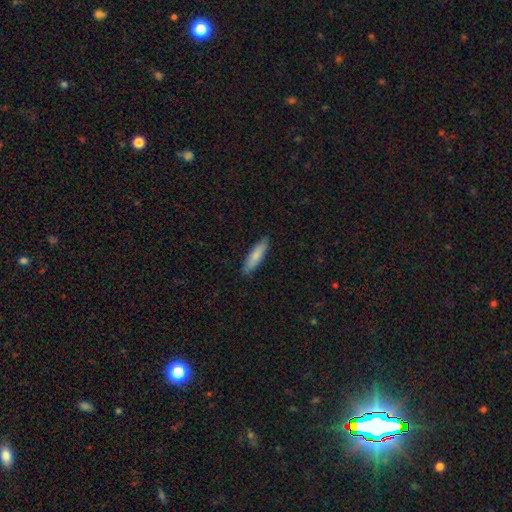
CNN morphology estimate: type=smooth (80%); roundness=cigar-shaped (69%); merging=none (88%).